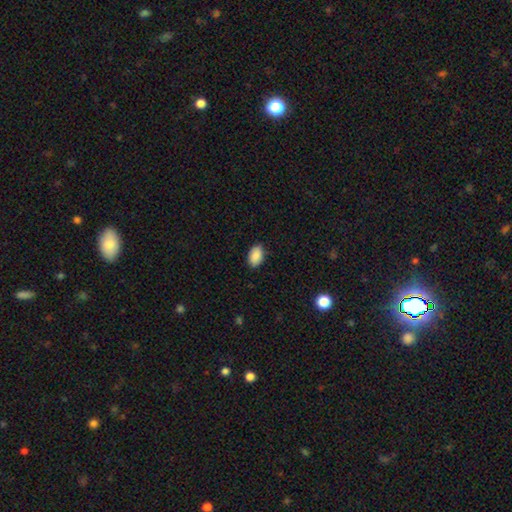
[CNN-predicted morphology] This is clearly a smooth galaxy (90%). How rounded: clearly in between (91%). Merging: clearly none (86%).